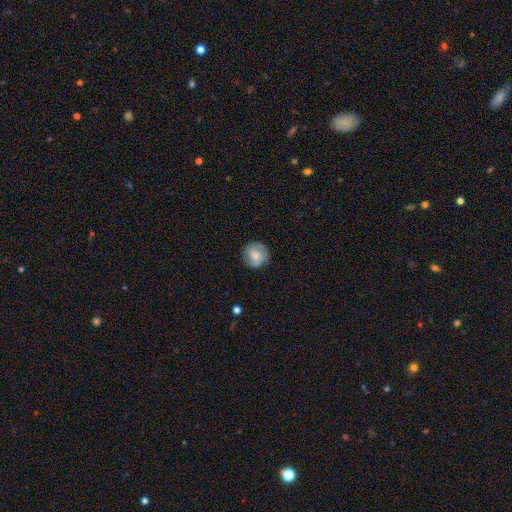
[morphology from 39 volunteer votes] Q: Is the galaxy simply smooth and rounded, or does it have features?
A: smooth — 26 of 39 (67%).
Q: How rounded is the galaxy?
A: round — 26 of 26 (100%).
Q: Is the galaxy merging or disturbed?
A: none — 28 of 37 (76%).